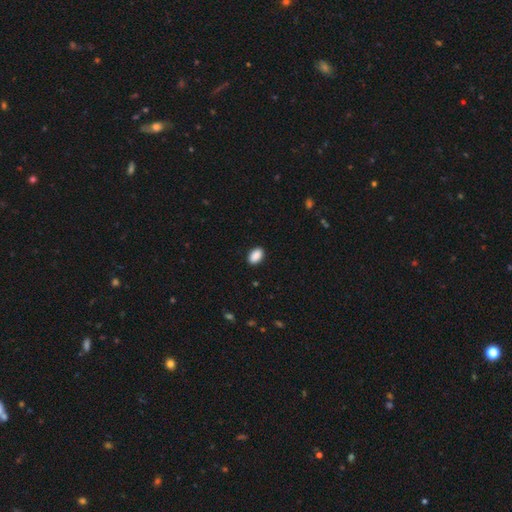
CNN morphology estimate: Smooth or featured? Predicted: smooth (p=0.90). How rounded? Predicted: in between (p=0.92). Merging? Predicted: none (p=0.90).